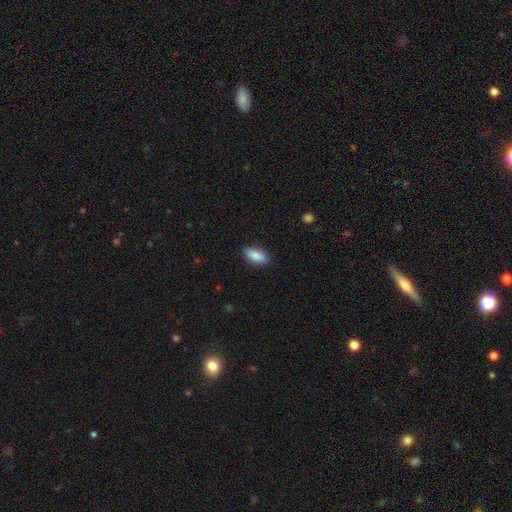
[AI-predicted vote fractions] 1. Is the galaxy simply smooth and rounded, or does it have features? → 87% smooth, 6% featured or disk, 6% star or artifact.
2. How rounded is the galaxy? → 89% in between, 9% cigar-shaped, 3% round.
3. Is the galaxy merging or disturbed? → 85% none, 11% minor disturbance, 2% major disturbance, 1% merger.